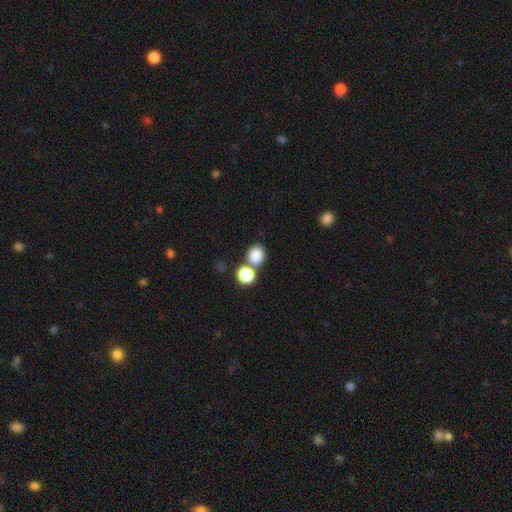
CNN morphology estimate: A smooth galaxy with no disk features (83%) that is round (70%).

Vote fractions:
- Smooth or featured? smooth: 83% / star or artifact: 11% / featured or disk: 5%
- How rounded? round: 70% / in between: 29% / cigar-shaped: 1%
- Merging? none: 57% / merger: 30% / minor disturbance: 9% / major disturbance: 4%